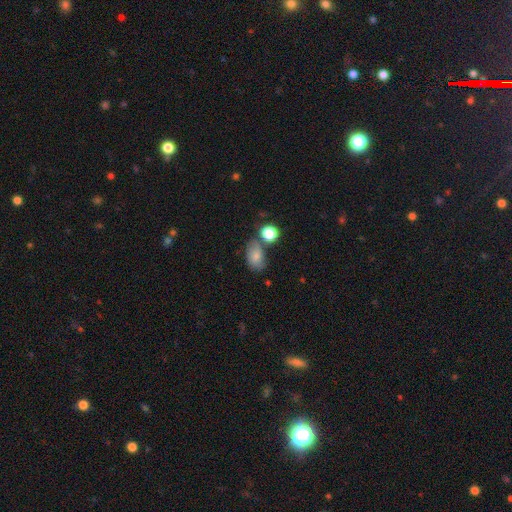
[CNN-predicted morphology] A smooth galaxy with no disk features (76%) that is in between round and cigar-shaped (84%). Merging: none (56%).